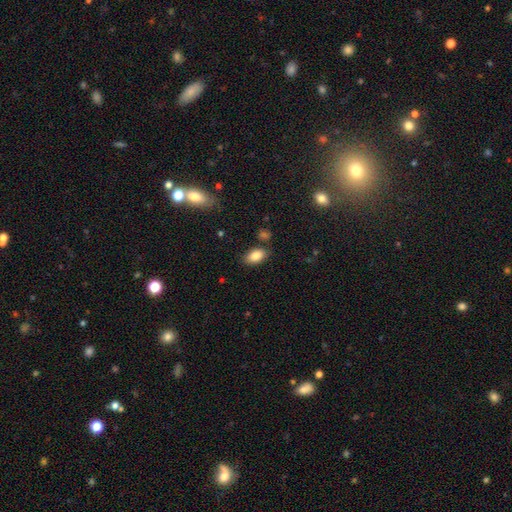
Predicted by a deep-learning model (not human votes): Q: Smooth or featured?
A: smooth (85%); runner-up: star or artifact (8%)
Q: How rounded?
A: in between (92%); runner-up: round (5%)
Q: Merging?
A: none (81%); runner-up: minor disturbance (12%)